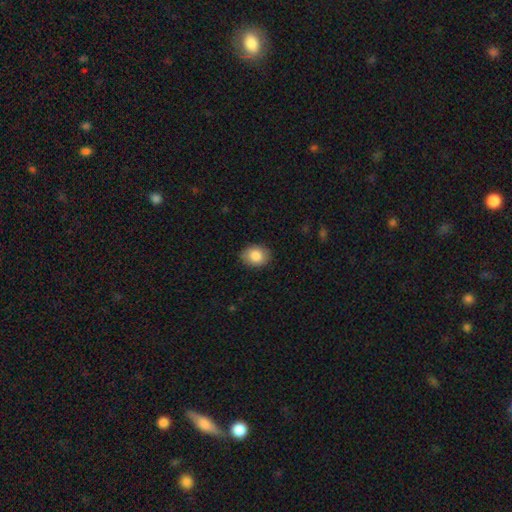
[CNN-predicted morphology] A smooth galaxy with no disk features (86%) that is in between round and cigar-shaped (51%). Merging: none (86%).